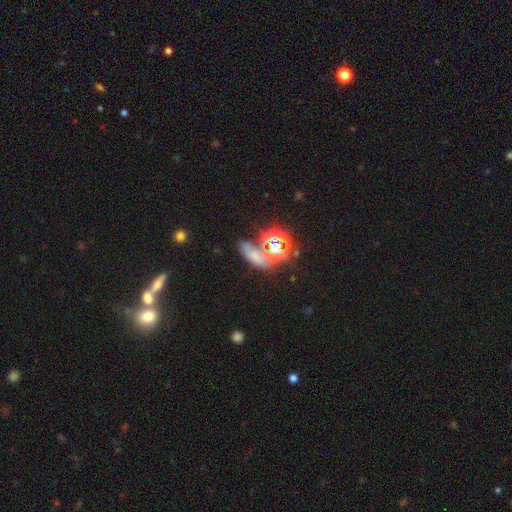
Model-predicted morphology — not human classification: A smooth galaxy with no disk features (44%). Merging: none (47%).